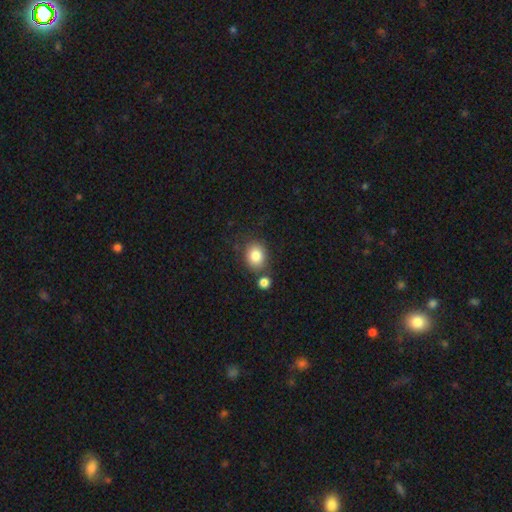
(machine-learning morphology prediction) Overall: smooth (84%). How rounded: round (58%; in between 41%). Merging: none (70%).